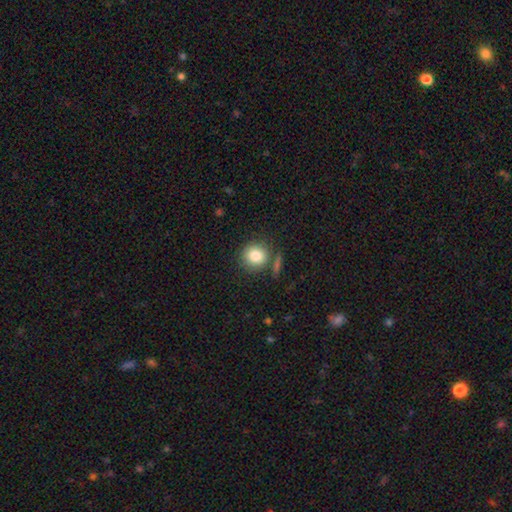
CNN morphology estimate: Smooth or featured? Predicted: smooth (p=0.83). How rounded? Predicted: round (p=0.90). Merging? Predicted: none (p=0.76).